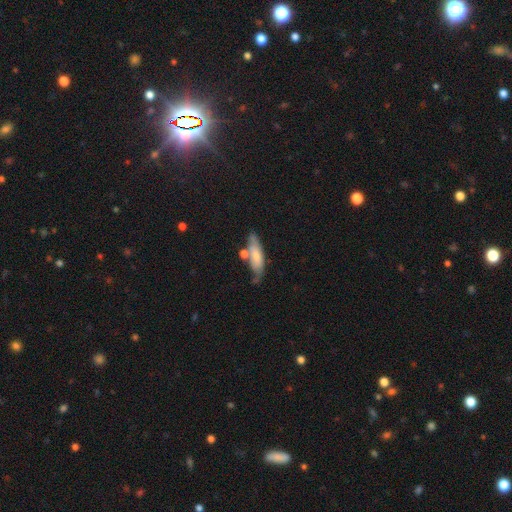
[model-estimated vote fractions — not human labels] This is likely a smooth galaxy (64%). How rounded: possibly in between (50%). Merging: possibly none (53%).